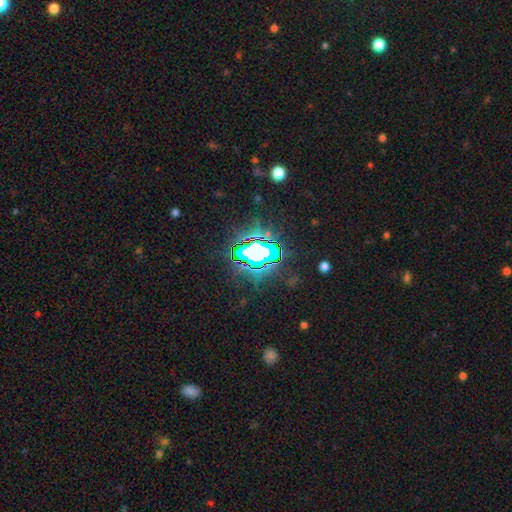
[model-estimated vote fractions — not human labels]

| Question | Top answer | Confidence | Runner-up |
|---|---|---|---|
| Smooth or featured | star or artifact | 68% | smooth (18%) |